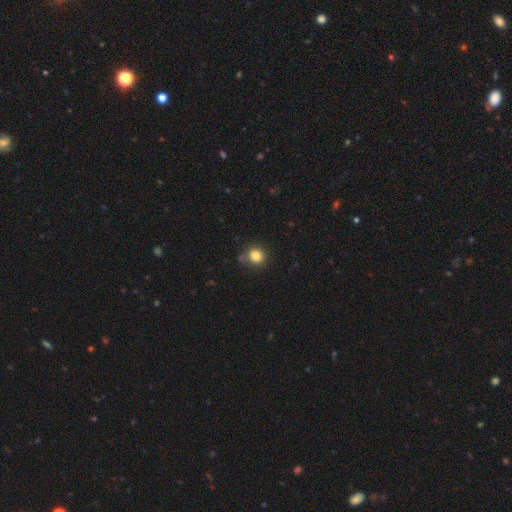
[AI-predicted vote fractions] This appears to be a smooth galaxy with no disk features (83%) that is round (86%). Merging: none (79%).